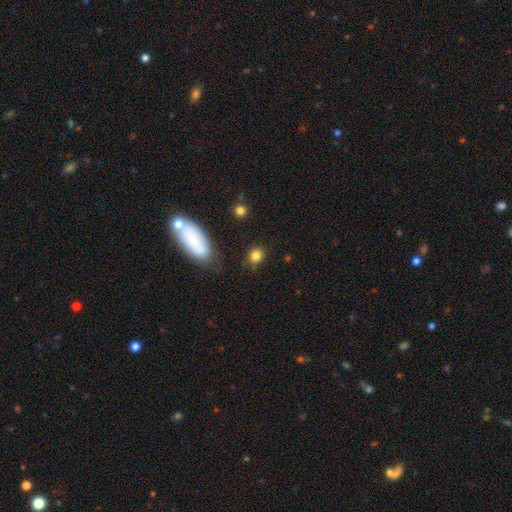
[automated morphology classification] This appears to be a smooth galaxy with no disk features (82%) that is round (62%). Merging: none (79%).